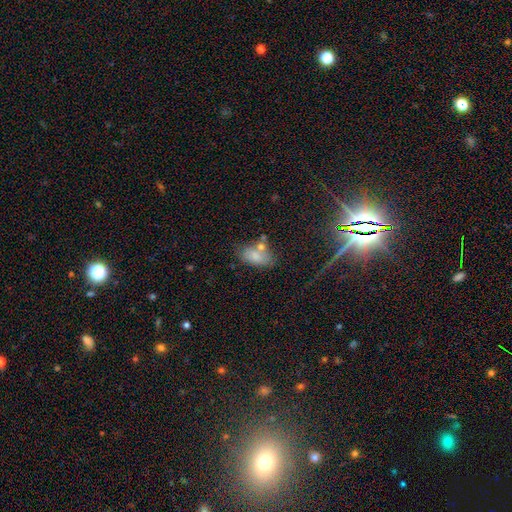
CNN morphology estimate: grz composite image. It shows a smooth galaxy with no disk features (74%) that is in between round and cigar-shaped (90%). Merging: none (46%).